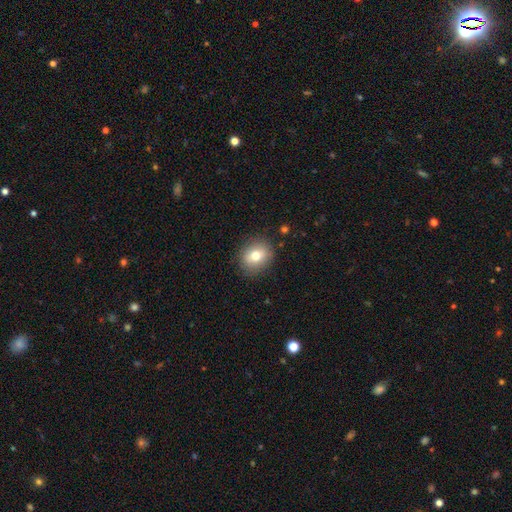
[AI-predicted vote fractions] The model was most divided on "how rounded": round: 63%, in between: 36%, cigar-shaped: 1%. More confident: merging — none (85%); smooth or featured — smooth (73%).